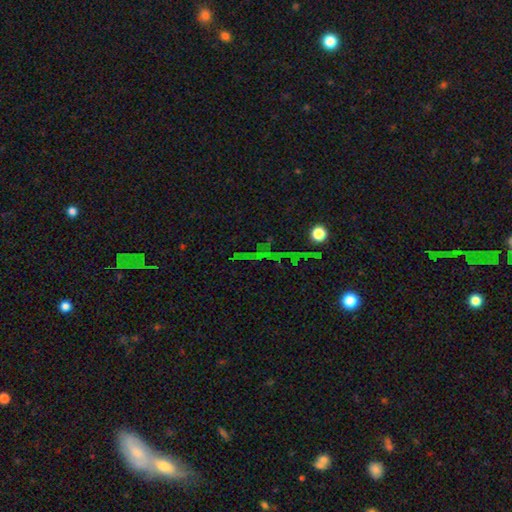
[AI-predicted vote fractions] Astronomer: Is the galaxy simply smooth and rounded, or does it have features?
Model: star or artifact — 66%.